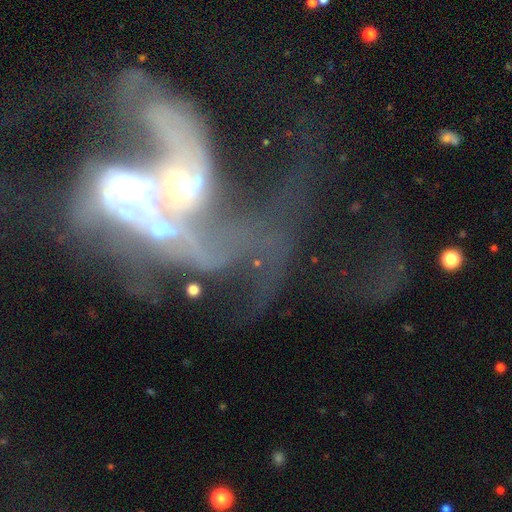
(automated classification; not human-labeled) smooth_or_featured: featured or disk (p=0.77) [alt: star or artifact p=0.13]
disk_edge_on: no (p=0.96) [alt: yes p=0.04]
bar: no (p=0.62) [alt: weak p=0.25]
has_spiral_arms: yes (p=0.70) [alt: no p=0.30]
spiral_winding: loose (p=0.63) [alt: medium p=0.28]
spiral_arm_count: 2 (p=0.39) [alt: can't tell p=0.28]
bulge_size: moderate (p=0.49) [alt: small p=0.27]
merging: merger (p=0.70) [alt: major disturbance p=0.20]